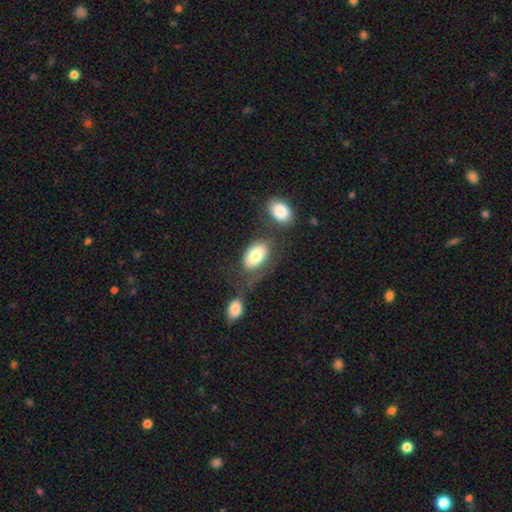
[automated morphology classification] A smooth galaxy with no disk features (77%) that is in between round and cigar-shaped (89%). Merging: none (43%).